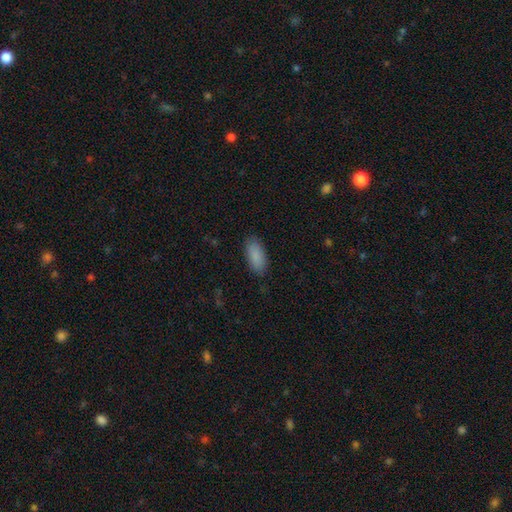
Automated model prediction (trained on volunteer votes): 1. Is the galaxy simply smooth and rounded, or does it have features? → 89% smooth, 6% star or artifact, 5% featured or disk.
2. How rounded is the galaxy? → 88% in between, 11% cigar-shaped, 2% round.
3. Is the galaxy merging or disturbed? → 87% none, 10% minor disturbance, 2% major disturbance, 1% merger.